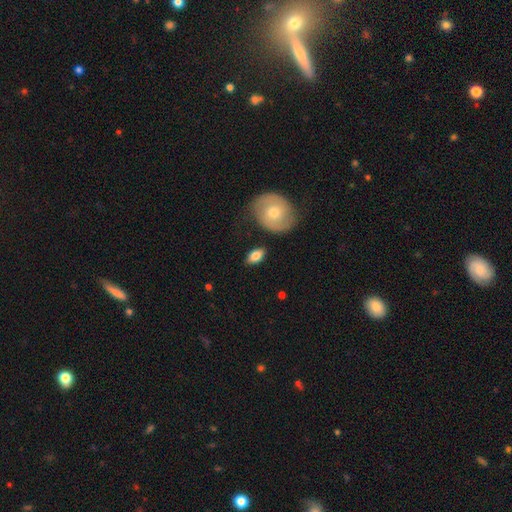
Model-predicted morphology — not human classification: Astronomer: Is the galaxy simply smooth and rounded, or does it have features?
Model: smooth — 79%.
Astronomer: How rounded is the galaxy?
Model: in between — 89%.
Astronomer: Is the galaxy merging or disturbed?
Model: none — 82%.